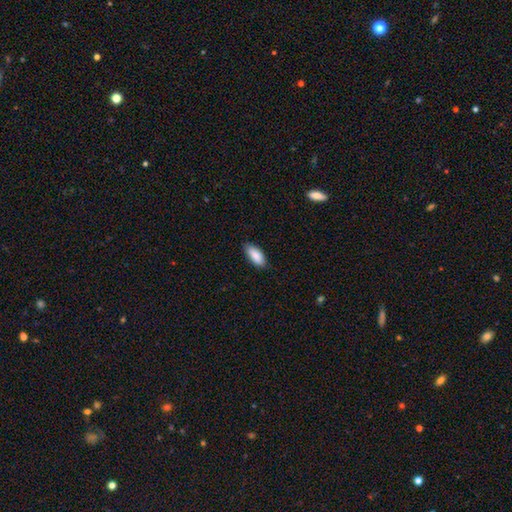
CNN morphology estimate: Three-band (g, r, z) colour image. It shows a smooth galaxy with no disk features (87%) that is in between round and cigar-shaped (85%). Merging: none (84%).